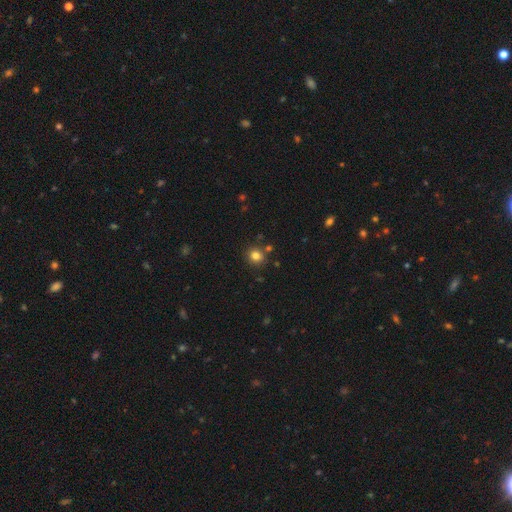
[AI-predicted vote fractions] A smooth galaxy with no disk features (81%) that is round (86%).

Vote fractions:
- Smooth or featured? smooth: 81% / star or artifact: 13% / featured or disk: 6%
- How rounded? round: 86% / in between: 13% / cigar-shaped: 1%
- Merging? none: 82% / minor disturbance: 8% / merger: 7% / major disturbance: 2%